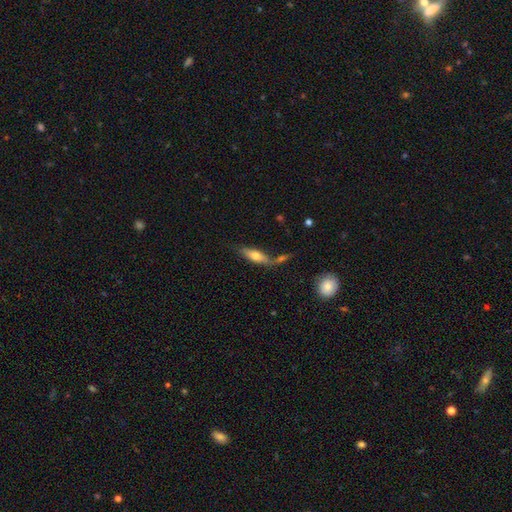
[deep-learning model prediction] Morphology: type=smooth (59%); roundness=in between (49%, tied with cigar-shaped); merging=none (53%).